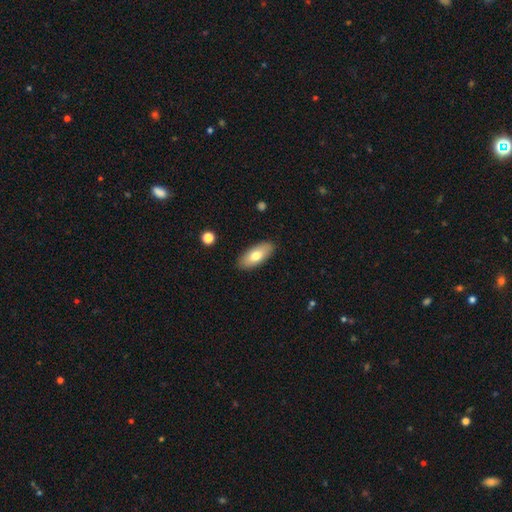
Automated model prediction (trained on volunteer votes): This appears to be a smooth galaxy with no disk features (74%) that is in between round and cigar-shaped (86%). Merging: none (88%).